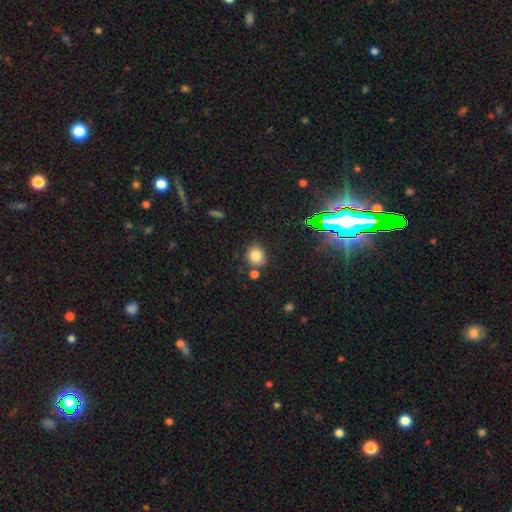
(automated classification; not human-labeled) smooth_or_featured: smooth (p=0.81) [alt: star or artifact p=0.12]
how_rounded: round (p=0.79) [alt: in between p=0.20]
merging: none (p=0.73) [alt: minor disturbance p=0.12]